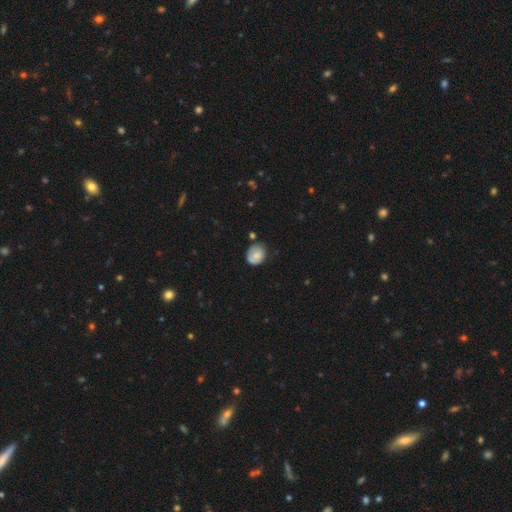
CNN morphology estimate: This appears to be a smooth galaxy with no disk features (72%) that is round (59%). Merging: none (61%).